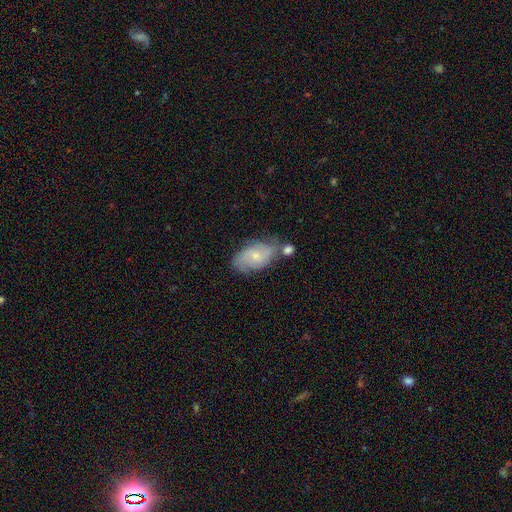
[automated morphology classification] A featured or disk galaxy (59%) with no bar (67%), spiral arms (86%) and a small central bulge (68%).

Vote fractions:
- Smooth or featured? featured or disk: 59% / smooth: 34% / star or artifact: 8%
- Edge-on disk? no: 95% / yes: 5%
- Bar? no: 67% / weak: 29% / strong: 4%
- Spiral arms? yes: 86% / no: 14%
- Bulge size? small: 68% / moderate: 27% / none: 3% / large: 1% / dominant: 1%
- Merging? none: 57% / minor disturbance: 22% / merger: 14% / major disturbance: 7%